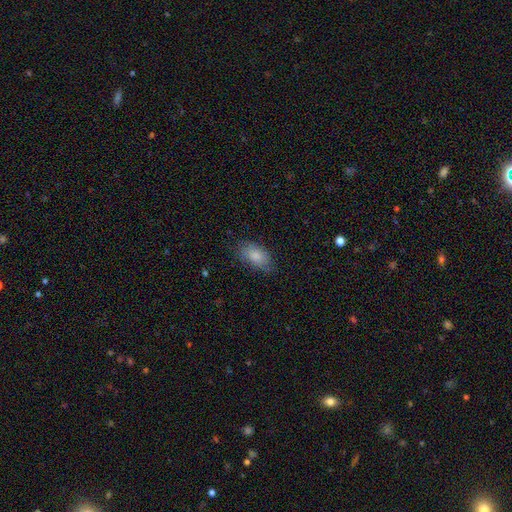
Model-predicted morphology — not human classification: This is clearly a smooth galaxy (82%). How rounded: clearly in between (92%). Merging: likely none (72%).